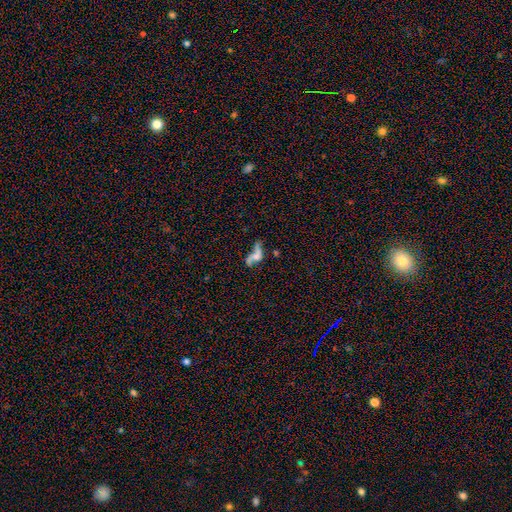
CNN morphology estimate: Overall: smooth (44%; featured or disk 40%). Merging: merger (36%; major disturbance 28%).